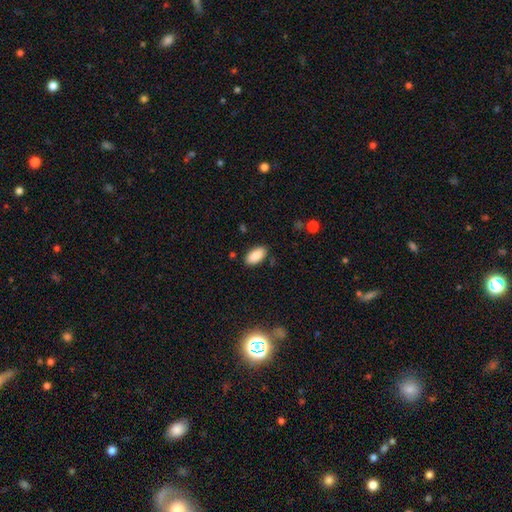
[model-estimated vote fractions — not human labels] This appears to be a smooth galaxy with no disk features (87%) that is in between round and cigar-shaped (94%). Merging: none (85%).